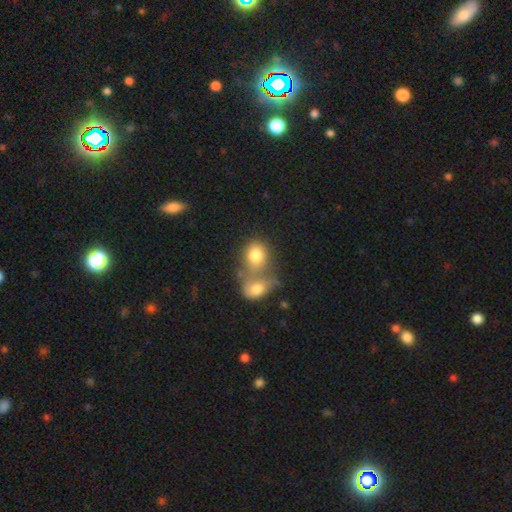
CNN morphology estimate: smooth-or-featured: smooth: 78% | featured or disk: 13% | star or artifact: 9%
  how-rounded: round: 54% | in between: 44% | cigar-shaped: 1%
  merging: merger: 64% | none: 23% | minor disturbance: 8% | major disturbance: 6%